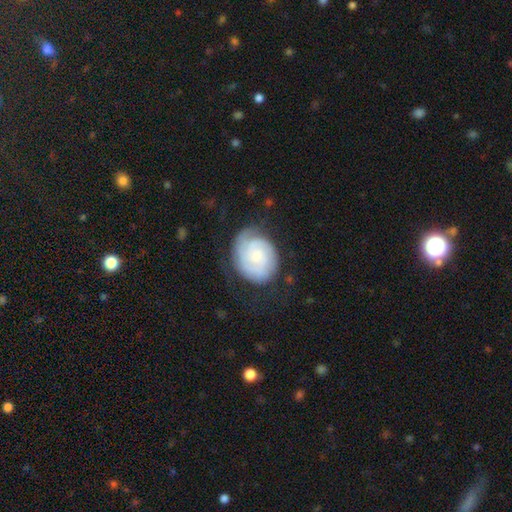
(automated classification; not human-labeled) The model was most divided on "spiral arm count": 2: 40%, can't tell: 25%, 3: 18%, 1: 8%, 4: 4%, more than 4: 4%. Remaining: edge-on disk — no (98%); spiral arms — yes (95%); smooth or featured — featured or disk (73%); merging — none (69%); spiral winding — tight (69%); bar — no (69%); bulge size — small (44%).